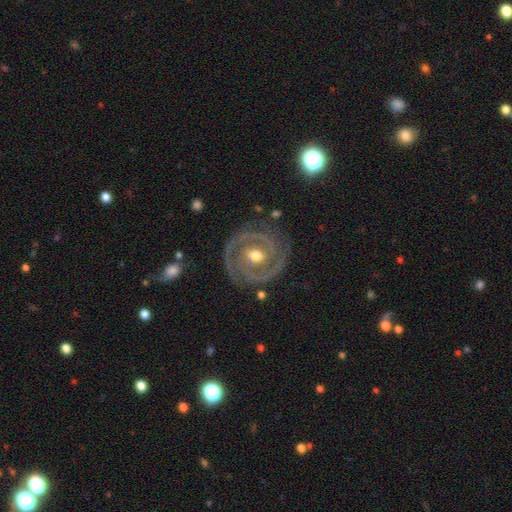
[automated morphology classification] Smooth or featured: featured or disk — 90% (smooth — 6%)
Edge-on disk: no — 97% (yes — 3%)
Bar: weak — 41% (no — 32%)
Spiral arms: yes — 95% (no — 5%)
Spiral winding: tight — 70% (medium — 25%)
Spiral arm count: 2 — 82% (3 — 6%)
Bulge size: moderate — 75% (small — 18%)
Merging: none — 83% (minor disturbance — 12%)